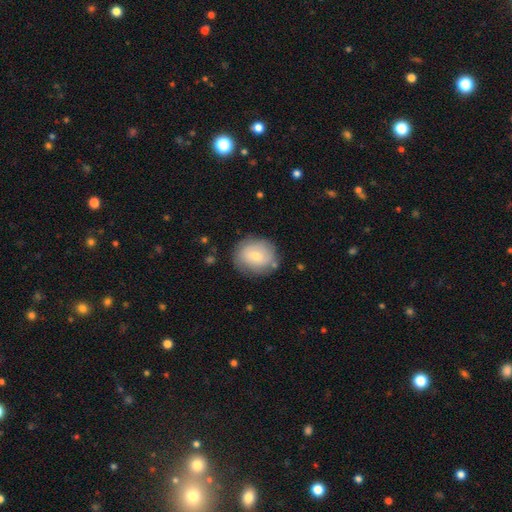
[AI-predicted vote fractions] Smooth or featured? Predicted: smooth (p=0.70). How rounded? Predicted: round (p=0.76). Merging? Predicted: none (p=0.77).